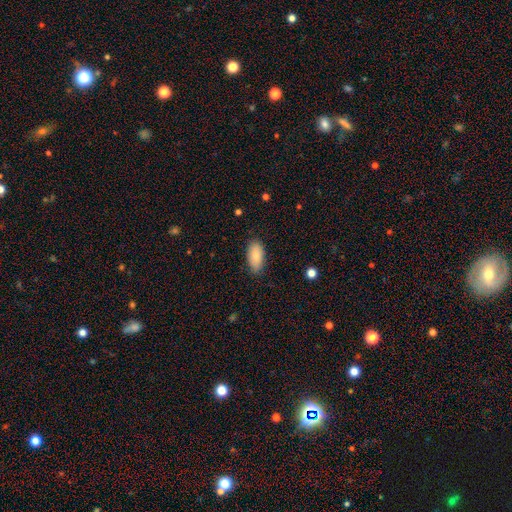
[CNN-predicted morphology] Smooth or featured?
  - smooth: 87% *
  - star or artifact: 7%
  - featured or disk: 6%
How rounded?
  - in between: 92% *
  - cigar-shaped: 6%
  - round: 2%
Merging?
  - none: 83% *
  - minor disturbance: 13%
  - major disturbance: 3%
  - merger: 1%